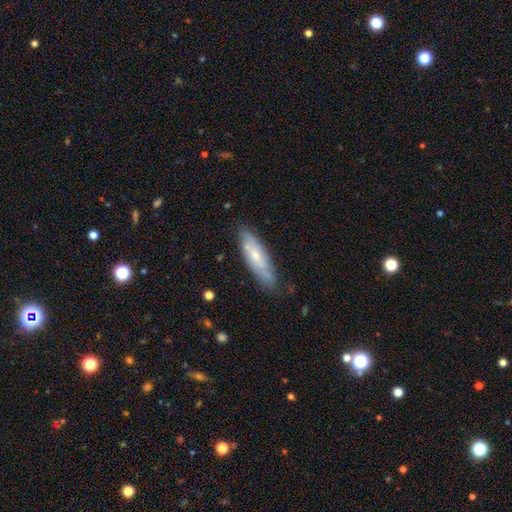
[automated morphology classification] Smooth or featured? Predicted: featured or disk (p=0.51). Edge-on disk? Predicted: no (p=0.67). Merging? Predicted: none (p=0.74).